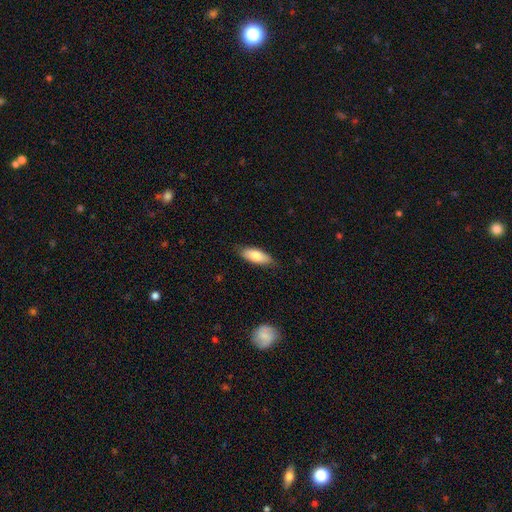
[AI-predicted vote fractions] Smooth or featured: smooth — 77% (featured or disk — 17%)
How rounded: in between — 77% (cigar-shaped — 21%)
Merging: none — 83% (minor disturbance — 13%)